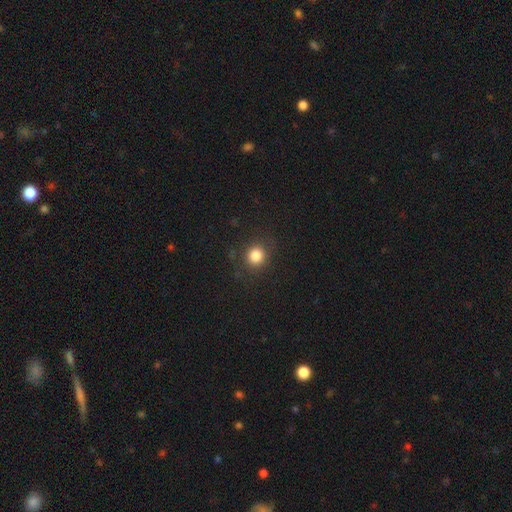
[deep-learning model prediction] Overall: smooth (83%). How rounded: round (87%). Merging: none (85%).